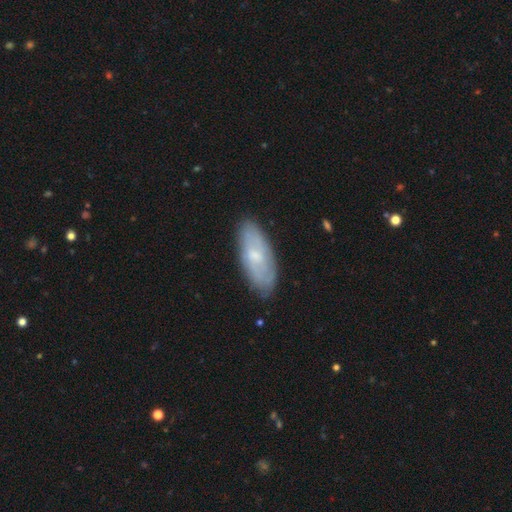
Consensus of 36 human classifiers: Overall: featured or disk (53%; smooth 47%). Edge-on disk: no (79%). Bar: weak (53%; no 33%). Spiral arms: yes (87%). Spiral arm count: 2 (54%; can't tell 31%). Spiral winding: medium (54%; loose 31%). Bulge size: moderate (60%; small 27%). Merging: none (78%).